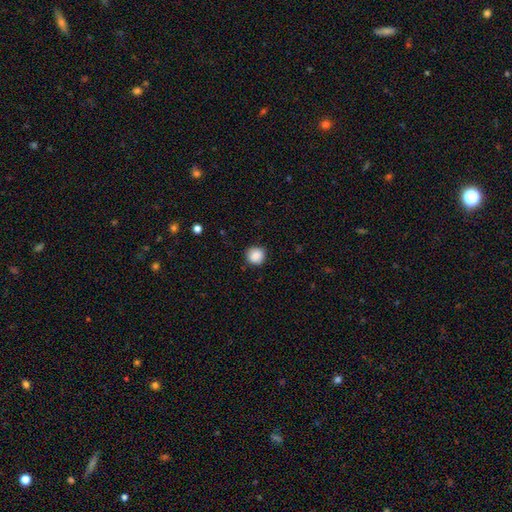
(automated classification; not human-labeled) A smooth galaxy with no disk features (88%) that is round (91%).

Vote fractions:
- Smooth or featured? smooth: 88% / star or artifact: 9% / featured or disk: 3%
- How rounded? round: 91% / in between: 8% / cigar-shaped: 1%
- Merging? none: 87% / minor disturbance: 9% / major disturbance: 2% / merger: 1%